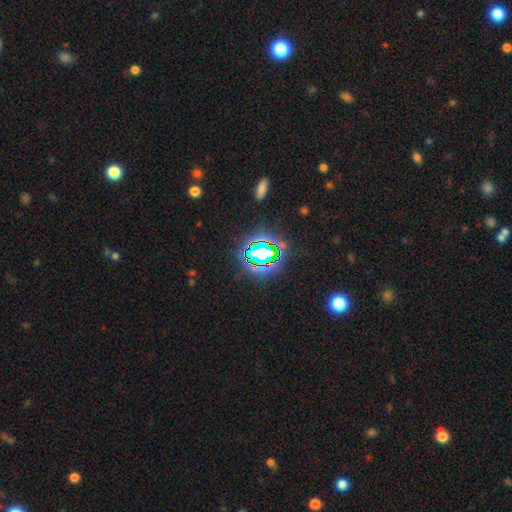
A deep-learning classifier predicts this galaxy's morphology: smooth_or_featured: star or artifact (p=0.76) [alt: smooth p=0.14]